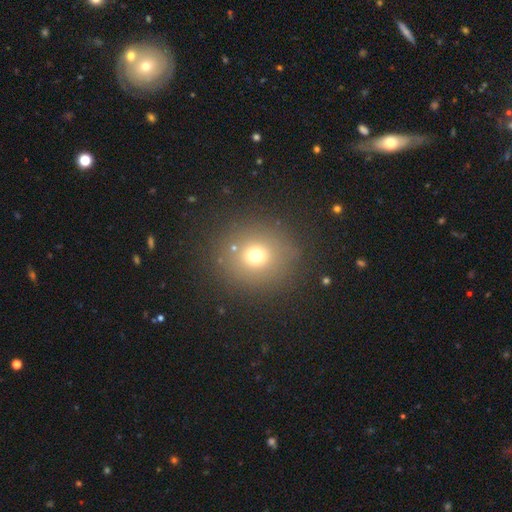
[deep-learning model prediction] This appears to be a smooth galaxy with no disk features (69%) that is round (87%). Merging: none (85%).